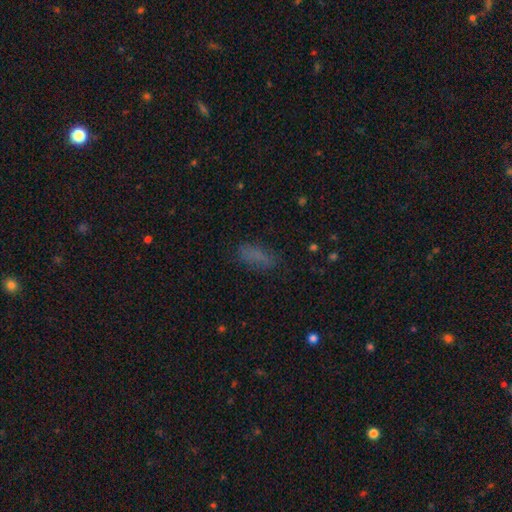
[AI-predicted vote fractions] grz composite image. It shows a smooth galaxy with no disk features (75%) that is in between round and cigar-shaped (68%). Merging: none (72%).